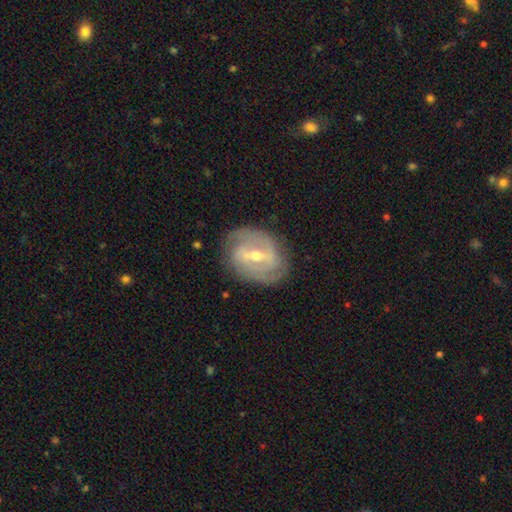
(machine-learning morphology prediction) smooth-or-featured: featured or disk: 83% | smooth: 11% | star or artifact: 5%
  disk-edge-on: no: 95% | yes: 5%
    bar: strong: 51% | weak: 38% | no: 11%
    has-spiral-arms: yes: 88% | no: 12%
      spiral-winding: tight: 52% | medium: 36% | loose: 11%
      spiral-arm-count: 2: 62% | can't tell: 18% | 3: 12% | 1: 3% | 4: 3% | more than 4: 2%
    bulge-size: moderate: 56% | small: 41% | large: 2% | none: 1% | dominant: 1%
  merging: none: 78% | minor disturbance: 15% | major disturbance: 5% | merger: 1%